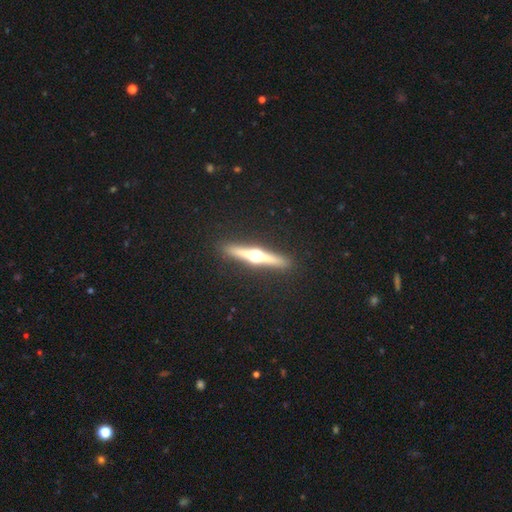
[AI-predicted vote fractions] Q: Smooth or featured?
A: featured or disk (78%); runner-up: smooth (16%)
Q: Edge-on disk?
A: yes (98%); runner-up: no (2%)
Q: Edge-on bulge?
A: rounded (96%); runner-up: boxy (2%)
Q: Merging?
A: none (91%); runner-up: minor disturbance (6%)